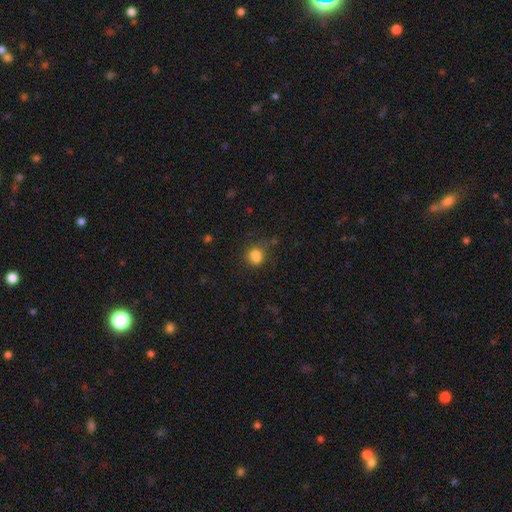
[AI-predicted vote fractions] Smooth or featured: smooth — 81% (star or artifact — 12%)
How rounded: round — 66% (in between — 33%)
Merging: none — 55% (minor disturbance — 25%)